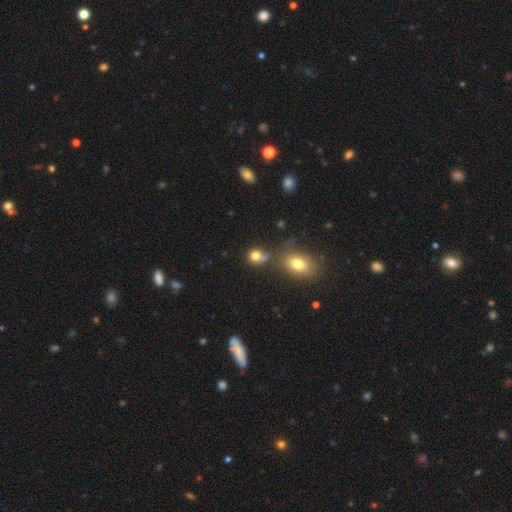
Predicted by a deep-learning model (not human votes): Q: Smooth or featured?
A: smooth (78%); runner-up: star or artifact (14%)
Q: How rounded?
A: round (75%); runner-up: in between (24%)
Q: Merging?
A: none (56%); runner-up: merger (24%)